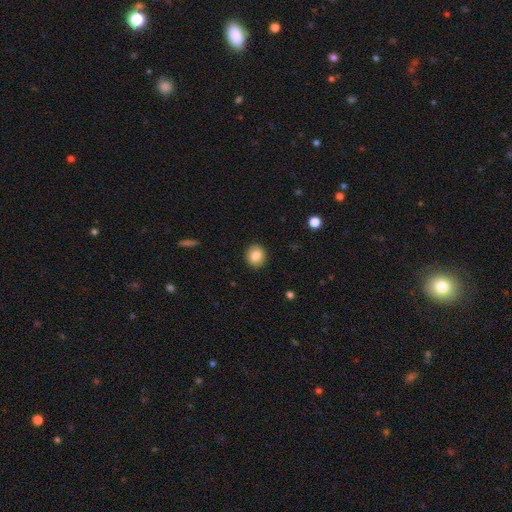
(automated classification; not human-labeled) Smooth or featured?
  - smooth: 84% *
  - star or artifact: 9%
  - featured or disk: 7%
How rounded?
  - round: 77% *
  - in between: 22%
  - cigar-shaped: 1%
Merging?
  - none: 91% *
  - minor disturbance: 6%
  - major disturbance: 2%
  - merger: 1%